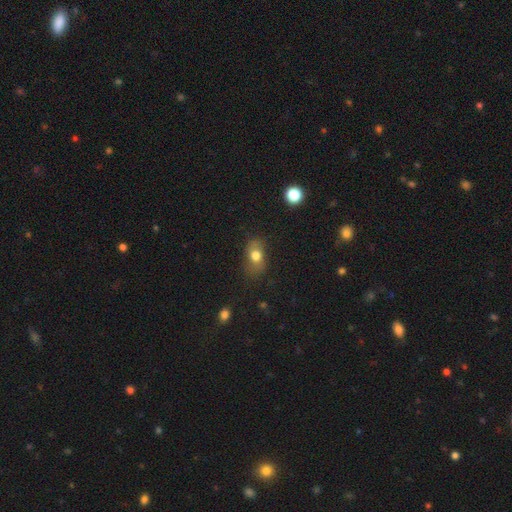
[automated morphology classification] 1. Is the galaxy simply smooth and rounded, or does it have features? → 71% smooth, 19% featured or disk, 10% star or artifact.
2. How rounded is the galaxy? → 77% in between, 20% round, 3% cigar-shaped.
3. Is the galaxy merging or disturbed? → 68% none, 21% minor disturbance, 8% major disturbance, 2% merger.